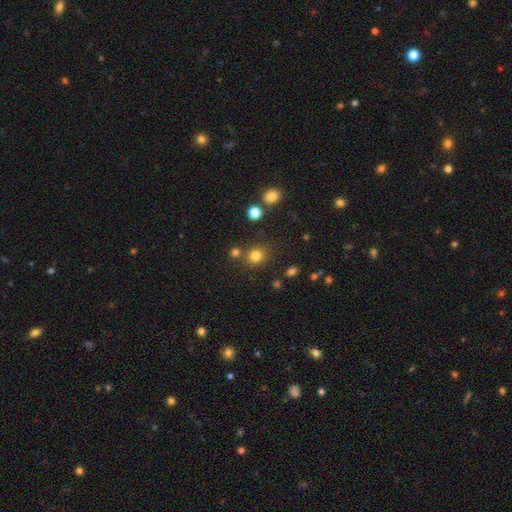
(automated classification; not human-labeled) The model was most divided on "how rounded": round: 80%, in between: 19%, cigar-shaped: 1%. More confident: smooth or featured — smooth (80%); merging — none (77%).